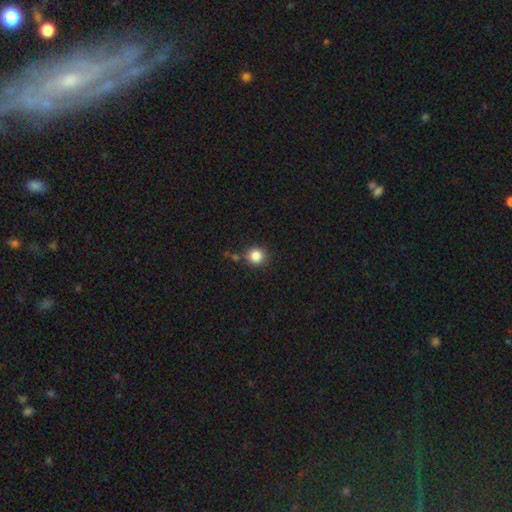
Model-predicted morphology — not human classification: smooth 85%, star or artifact 11%, featured or disk 4%. Down the decision tree: how rounded — round (93%); merging — none (82%).